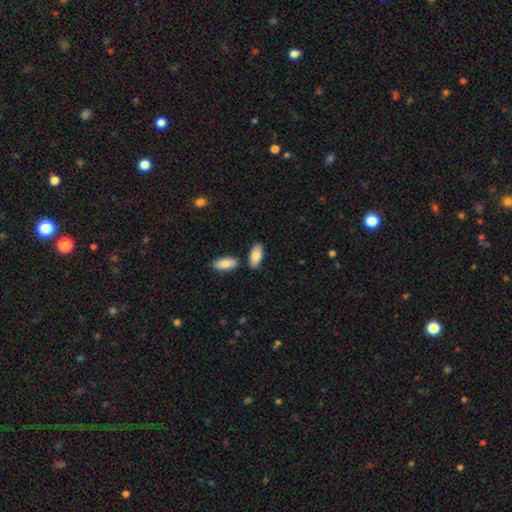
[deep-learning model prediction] Smooth or featured? smooth (86%)
How rounded? in between (91%)
Merging? none (76%)